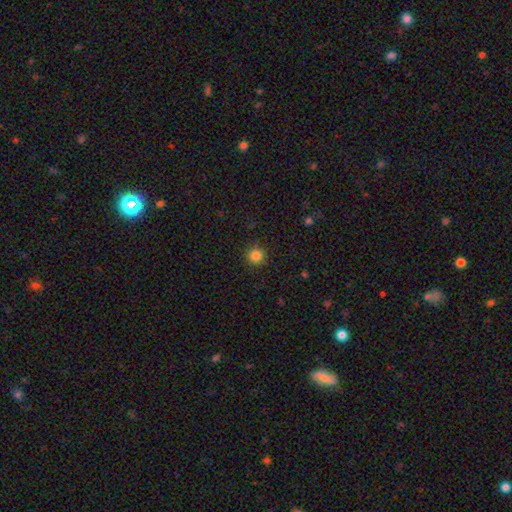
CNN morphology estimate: Overall: smooth (84%). How rounded: round (94%). Merging: none (91%).